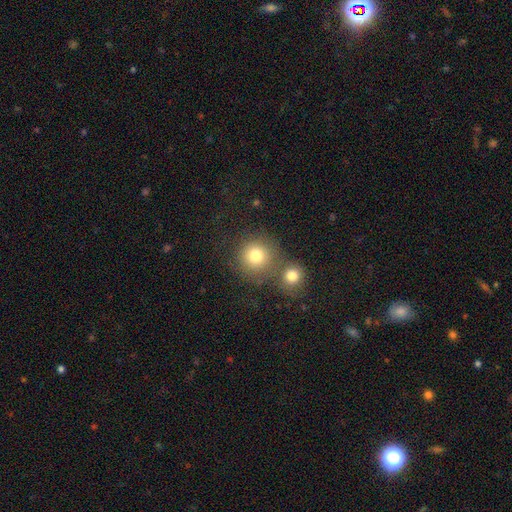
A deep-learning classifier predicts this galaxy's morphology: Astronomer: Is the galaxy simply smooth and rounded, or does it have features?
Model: smooth — 79%.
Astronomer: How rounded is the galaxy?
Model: round — 93%.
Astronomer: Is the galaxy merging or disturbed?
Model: none — 61%.